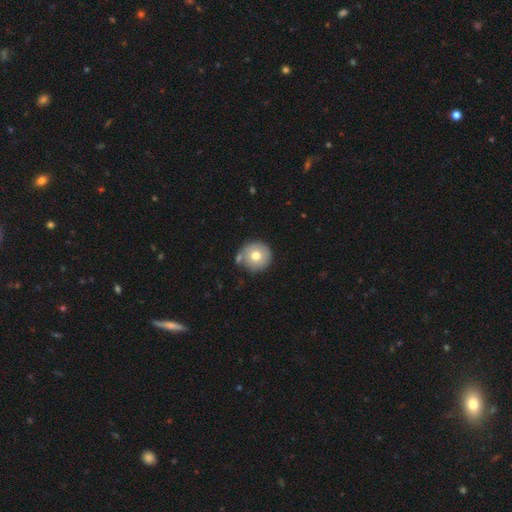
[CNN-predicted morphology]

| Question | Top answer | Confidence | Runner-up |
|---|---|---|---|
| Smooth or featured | smooth | 71% | featured or disk (21%) |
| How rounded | round | 94% | in between (5%) |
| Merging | none | 69% | minor disturbance (15%) |